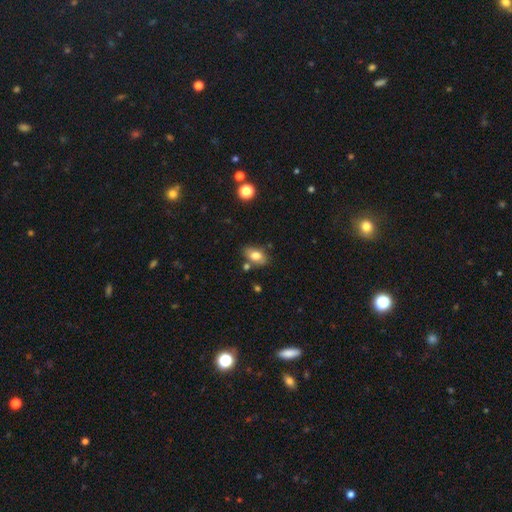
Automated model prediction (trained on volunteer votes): Smooth or featured? Predicted: smooth (p=0.75). How rounded? Predicted: in between (p=0.87). Merging? Predicted: none (p=0.71).